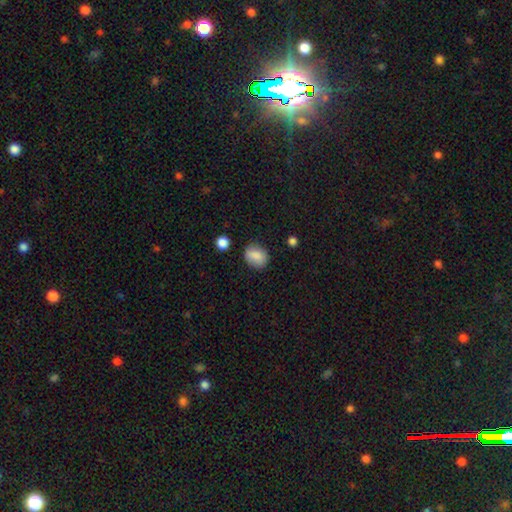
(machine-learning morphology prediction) Smooth or featured? smooth (84%)
How rounded? round (50%)
Merging? none (75%)